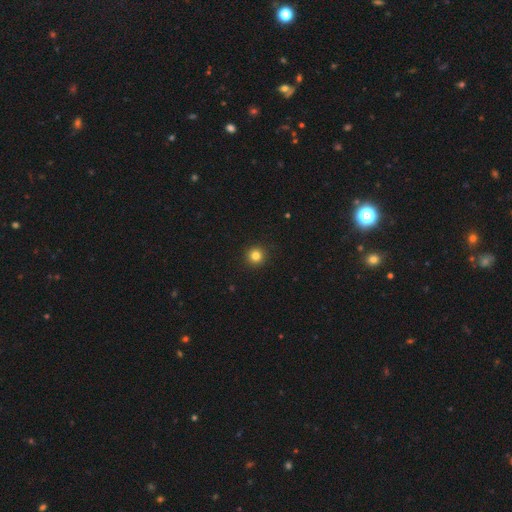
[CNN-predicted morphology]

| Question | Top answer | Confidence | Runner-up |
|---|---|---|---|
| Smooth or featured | smooth | 83% | star or artifact (12%) |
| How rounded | round | 95% | in between (4%) |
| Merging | none | 93% | minor disturbance (4%) |